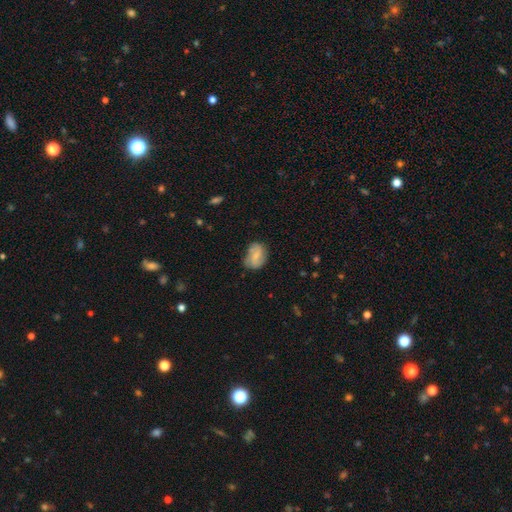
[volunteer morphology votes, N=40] This is possibly a featured or disk galaxy (50%). It is clearly not viewed edge-on (90%). Bar: likely weak (67%). Spiral arm pattern: clearly yes (89%). Spiral arm count: likely 2 (75%). Spiral winding: possibly loose (56%). Central bulge: marginally small (44%). Merging: possibly none (56%).